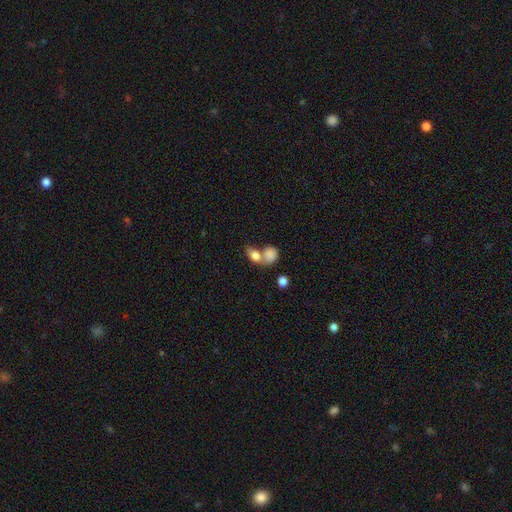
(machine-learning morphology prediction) smooth_or_featured: smooth (p=0.82) [alt: featured or disk p=0.10]
how_rounded: in between (p=0.63) [alt: round p=0.35]
merging: merger (p=0.58) [alt: none p=0.28]